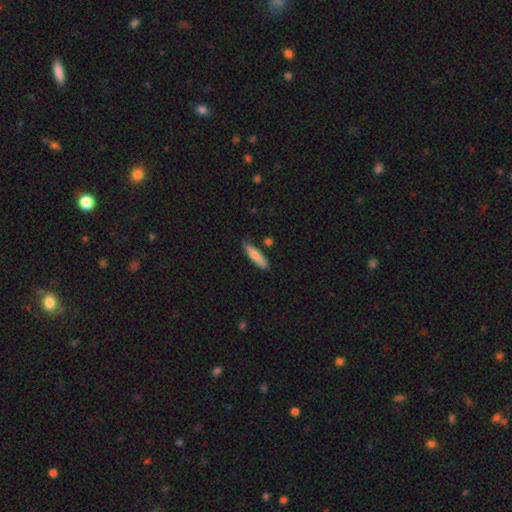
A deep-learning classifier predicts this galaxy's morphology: smooth 81%, featured or disk 13%, star or artifact 6%. Down the decision tree: how rounded — cigar-shaped (72%); merging — none (82%).